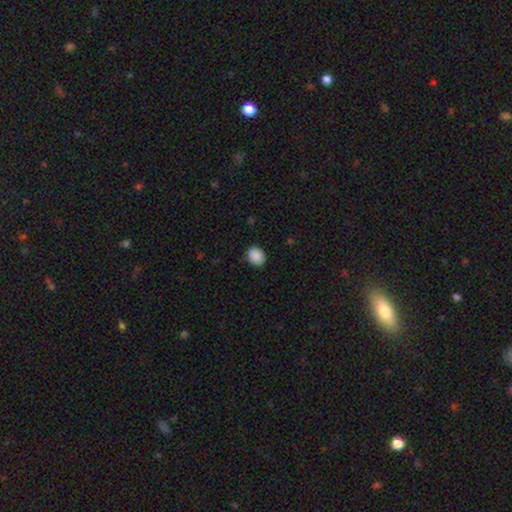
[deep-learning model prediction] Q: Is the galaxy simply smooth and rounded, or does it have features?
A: smooth — 89%.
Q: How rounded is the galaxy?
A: round — 53%.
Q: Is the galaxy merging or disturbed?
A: none — 86%.